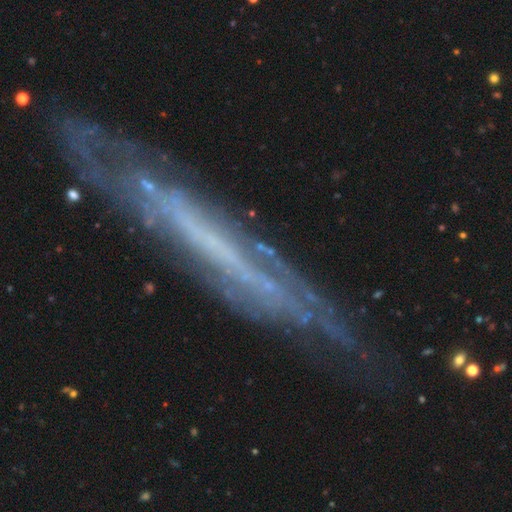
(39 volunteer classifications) This appears to be a featured or disk galaxy (87%) viewed edge-on (56%) with no central bulge (100%). Merging: none (66%).